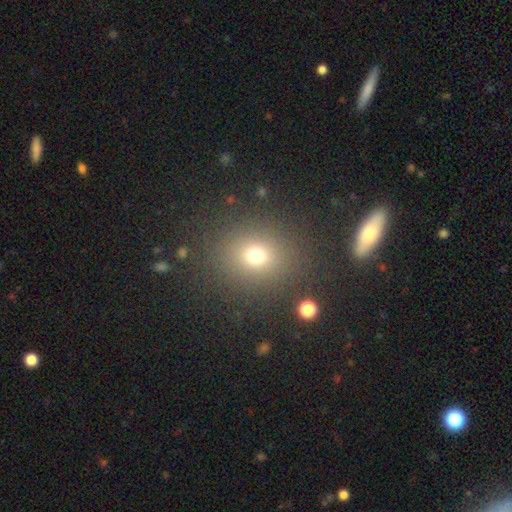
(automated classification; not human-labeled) Smooth or featured: smooth — 72% (star or artifact — 20%)
How rounded: round — 75% (in between — 24%)
Merging: none — 85% (minor disturbance — 8%)